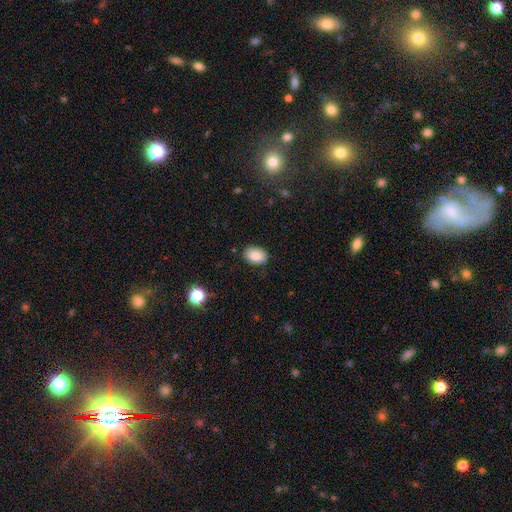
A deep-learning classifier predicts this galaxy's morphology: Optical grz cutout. It shows a smooth galaxy with no disk features (86%) that is in between round and cigar-shaped (82%). Merging: none (85%).